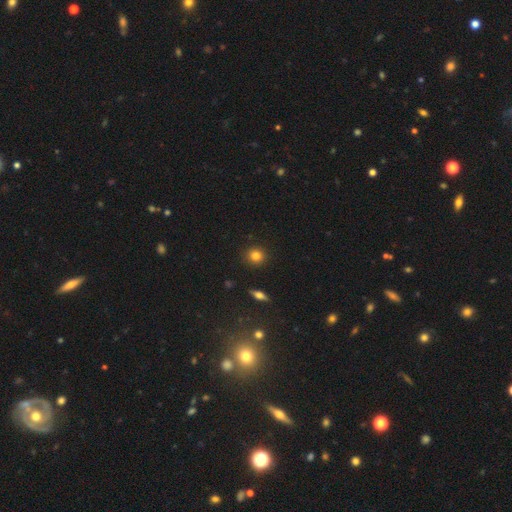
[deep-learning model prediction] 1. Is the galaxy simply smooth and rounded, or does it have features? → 81% smooth, 11% star or artifact, 7% featured or disk.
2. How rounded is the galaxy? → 88% round, 11% in between, 1% cigar-shaped.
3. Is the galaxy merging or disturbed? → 91% none, 6% minor disturbance, 2% major disturbance, 1% merger.